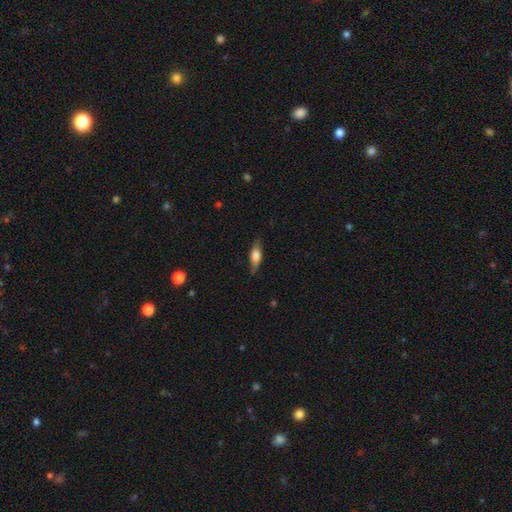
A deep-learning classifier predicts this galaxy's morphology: A smooth galaxy with no disk features (59%) that is in between round and cigar-shaped (58%).

Vote fractions:
- Smooth or featured? smooth: 59% / featured or disk: 34% / star or artifact: 7%
- How rounded? in between: 58% / cigar-shaped: 39% / round: 4%
- Merging? none: 77% / minor disturbance: 18% / major disturbance: 4% / merger: 1%